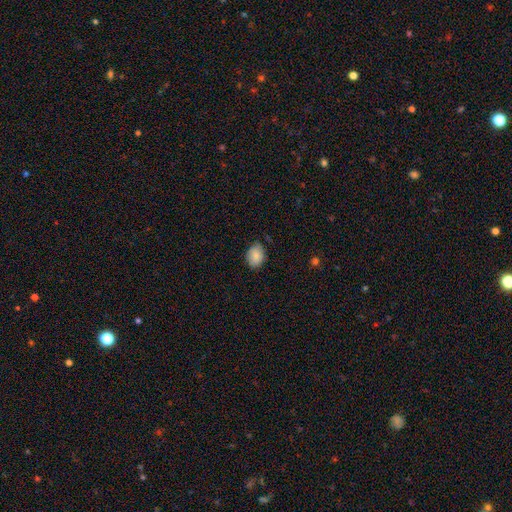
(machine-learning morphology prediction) Overall: smooth (85%). How rounded: in between (60%; round 39%). Merging: none (71%).